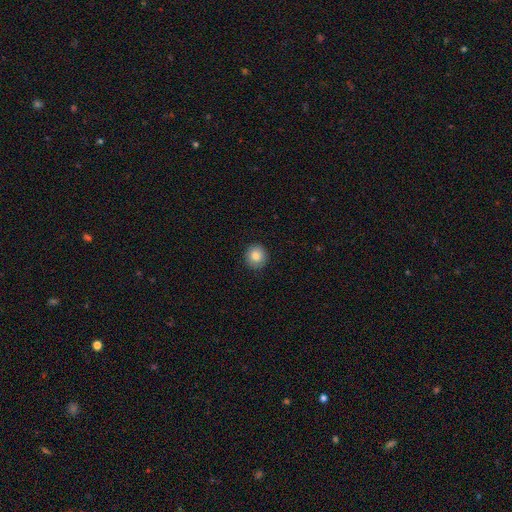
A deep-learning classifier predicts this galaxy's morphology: The model was most divided on "smooth or featured": smooth: 84%, star or artifact: 9%, featured or disk: 7%. More confident: how rounded — round (90%); merging — none (90%).